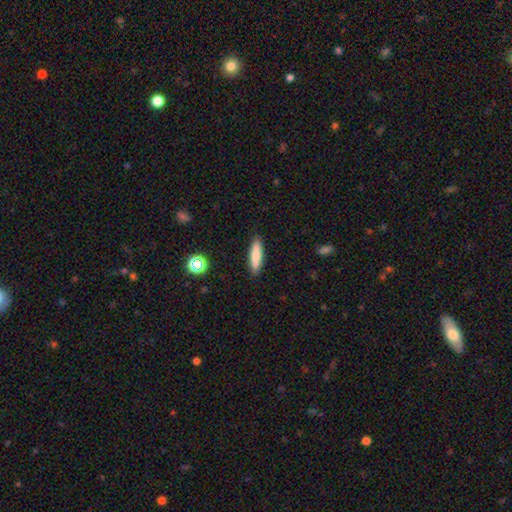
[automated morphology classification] A smooth galaxy with no disk features (80%) that is cigar-shaped (73%). Merging: none (89%).